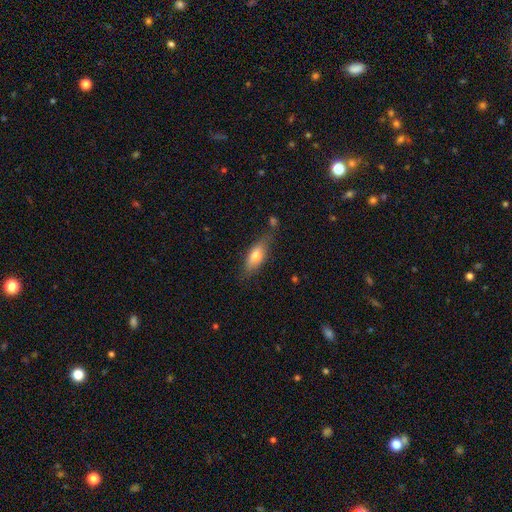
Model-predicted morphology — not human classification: smooth_or_featured: smooth (p=0.67) [alt: featured or disk p=0.26]
how_rounded: in between (p=0.69) [alt: cigar-shaped p=0.27]
merging: none (p=0.68) [alt: minor disturbance p=0.21]